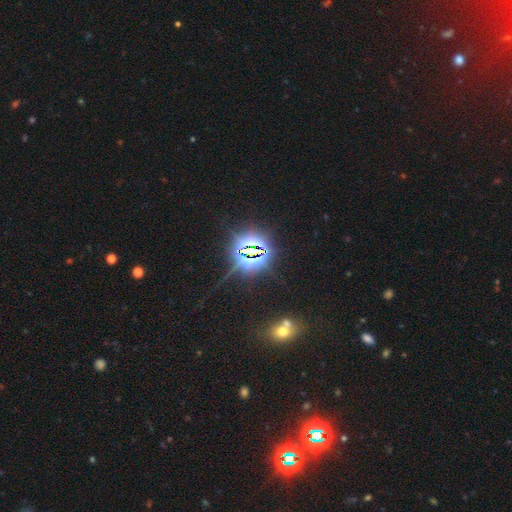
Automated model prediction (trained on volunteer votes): This is clearly a star or artifact rather than a galaxy (81%).